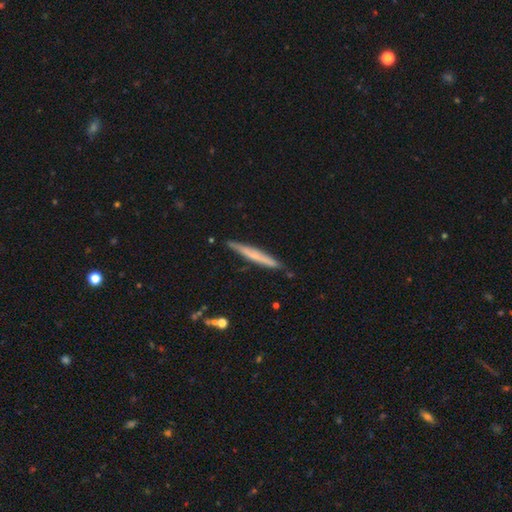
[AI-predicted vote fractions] smooth-or-featured: smooth: 51% | featured or disk: 43% | star or artifact: 6%
  how-rounded: cigar-shaped: 96% | in between: 2% | round: 1%
  merging: none: 87% | minor disturbance: 10% | major disturbance: 2% | merger: 2%